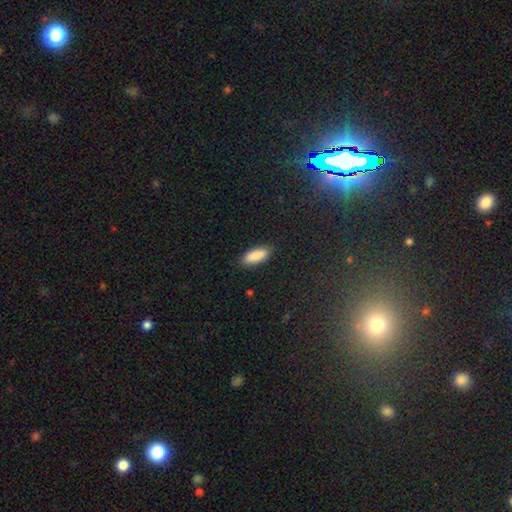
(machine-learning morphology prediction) Smooth or featured: smooth — 89% (star or artifact — 6%)
How rounded: in between — 76% (cigar-shaped — 23%)
Merging: none — 87% (minor disturbance — 10%)